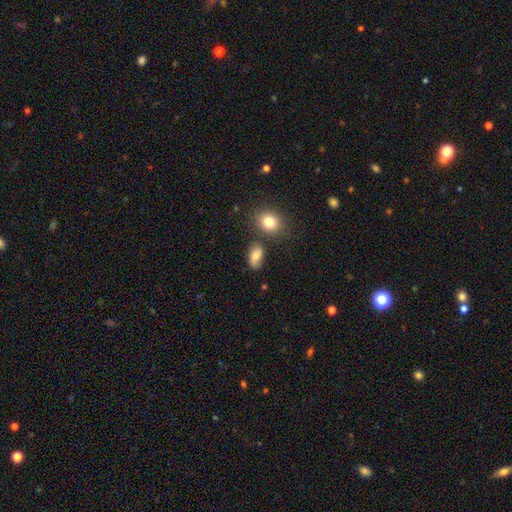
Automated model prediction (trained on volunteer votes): smooth 75%, featured or disk 15%, star or artifact 10%. Down the decision tree: how rounded — in between (85%); merging — none (66%).